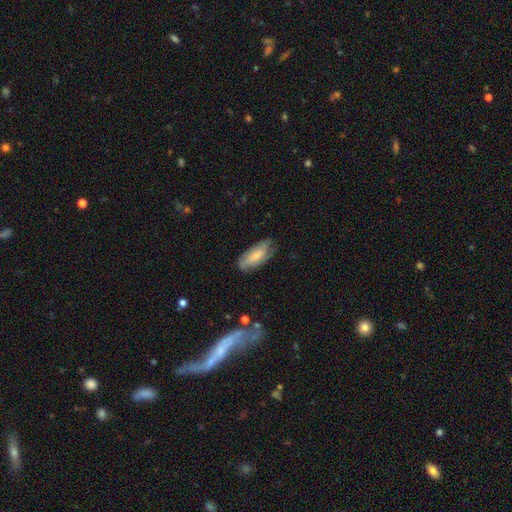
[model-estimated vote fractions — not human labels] Overall: smooth (49%; featured or disk 44%). Merging: none (68%).